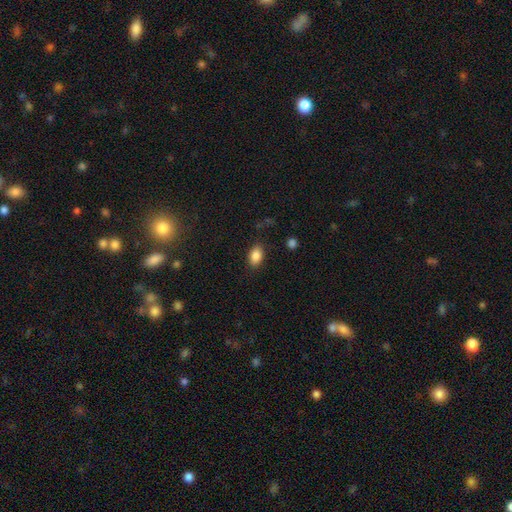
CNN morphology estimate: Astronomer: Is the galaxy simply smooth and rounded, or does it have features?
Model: smooth — 86%.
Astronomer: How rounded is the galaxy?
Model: in between — 86%.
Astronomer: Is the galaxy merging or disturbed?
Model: none — 84%.